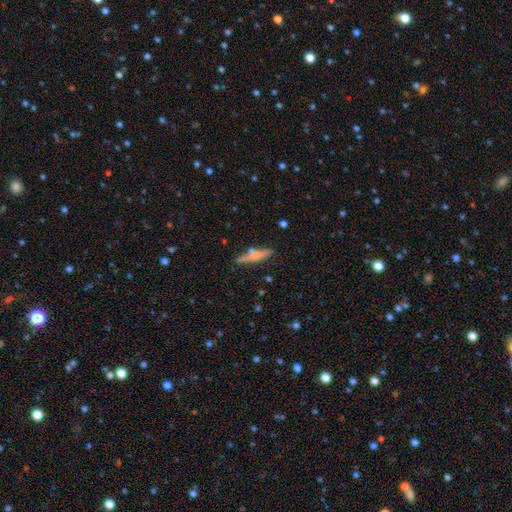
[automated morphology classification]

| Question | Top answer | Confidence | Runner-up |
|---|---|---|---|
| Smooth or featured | smooth | 51% | featured or disk (41%) |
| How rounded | cigar-shaped | 84% | in between (13%) |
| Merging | none | 69% | minor disturbance (15%) |